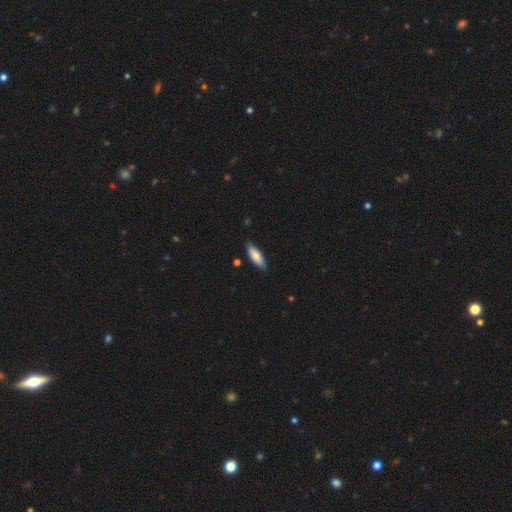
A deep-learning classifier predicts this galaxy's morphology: smooth 83%, featured or disk 12%, star or artifact 6%. Down the decision tree: how rounded — in between (62%); merging — none (84%).